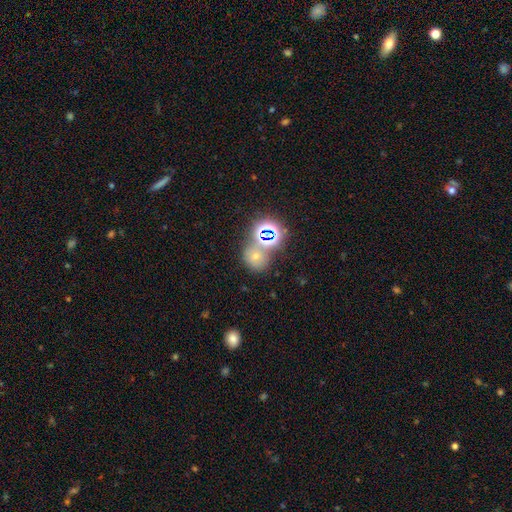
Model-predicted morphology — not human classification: Overall: smooth (51%; star or artifact 36%). How rounded: round (70%). Merging: none (57%; merger 25%).